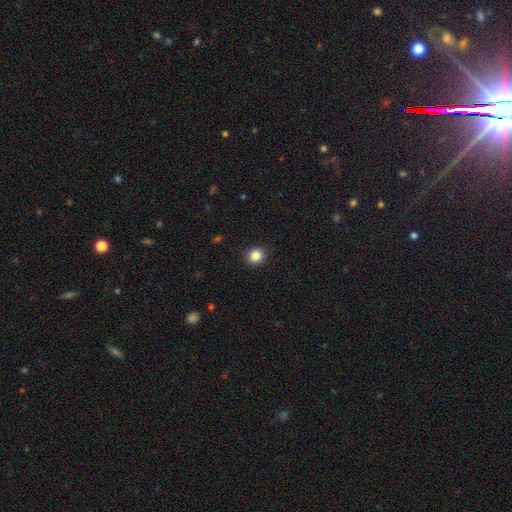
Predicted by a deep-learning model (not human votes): Smooth or featured? smooth (85%)
How rounded? round (91%)
Merging? none (91%)